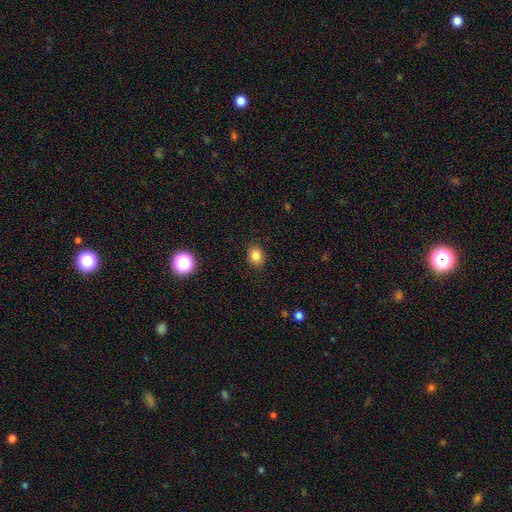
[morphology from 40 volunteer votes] Volunteers were most divided on "how rounded": in between: 55%, round: 45%, cigar-shaped: 0%. More confident: merging — none (83%); smooth or featured — smooth (82%).